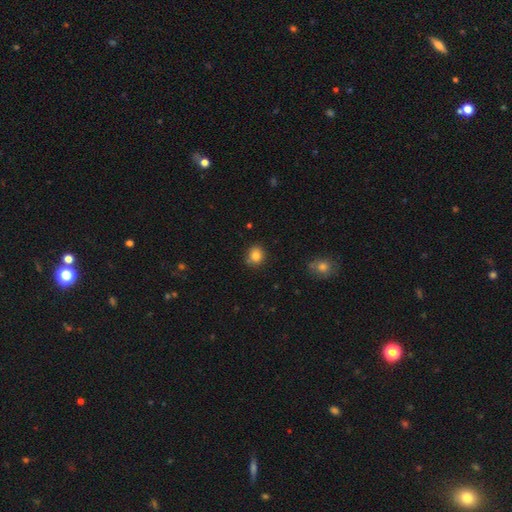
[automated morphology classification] The model was most divided on "how rounded": round: 78%, in between: 21%, cigar-shaped: 1%. More confident: smooth or featured — smooth (83%); merging — none (82%).